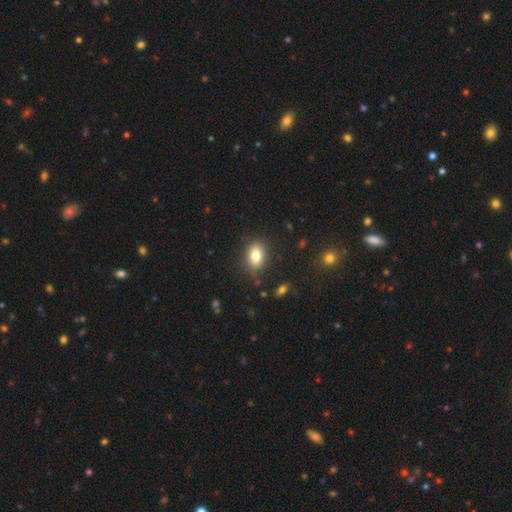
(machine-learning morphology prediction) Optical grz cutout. It shows a smooth galaxy with no disk features (81%) that is in between round and cigar-shaped (83%). Merging: none (84%).